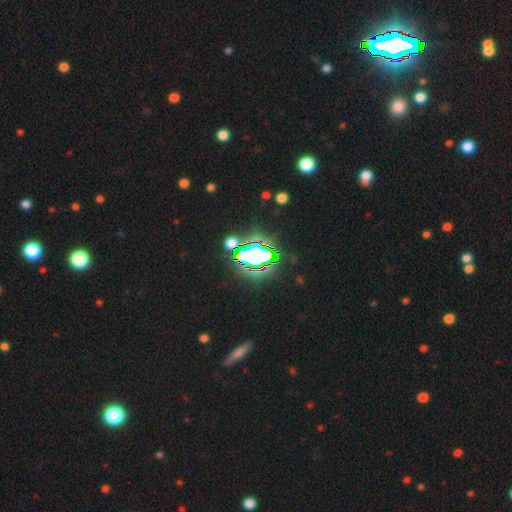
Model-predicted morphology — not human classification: type=star or artifact (66%).